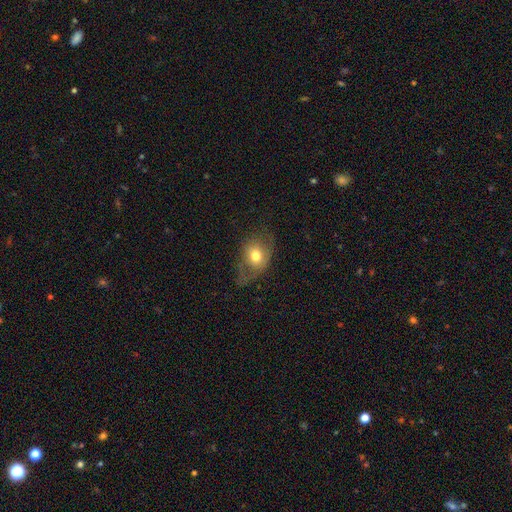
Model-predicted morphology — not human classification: This appears to be a smooth galaxy with no disk features (64%) that is in between round and cigar-shaped (56%). Merging: none (44%).